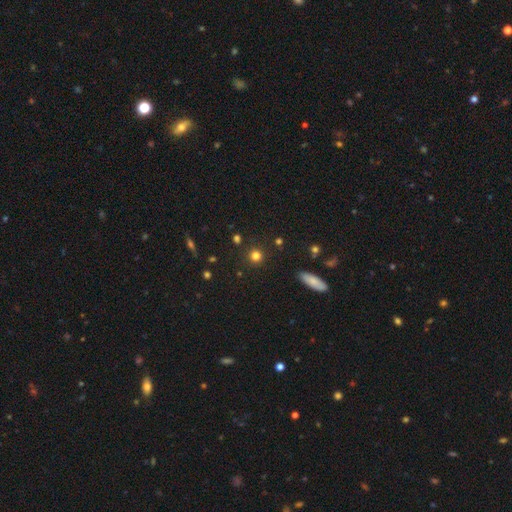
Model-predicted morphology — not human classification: Overall: smooth (79%). How rounded: round (92%). Merging: none (89%).